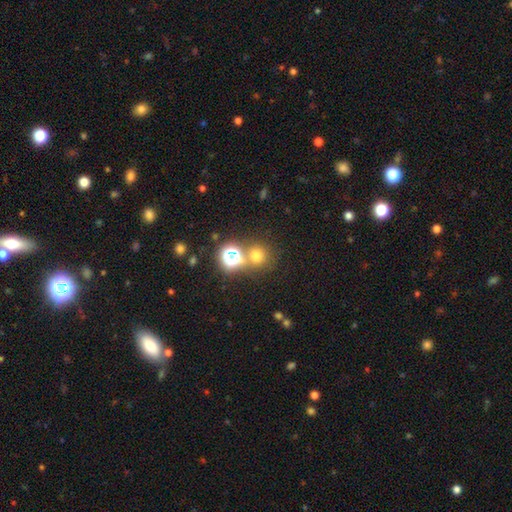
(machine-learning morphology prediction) This appears to be a smooth galaxy with no disk features (64%) that is round (88%). Merging: none (67%).